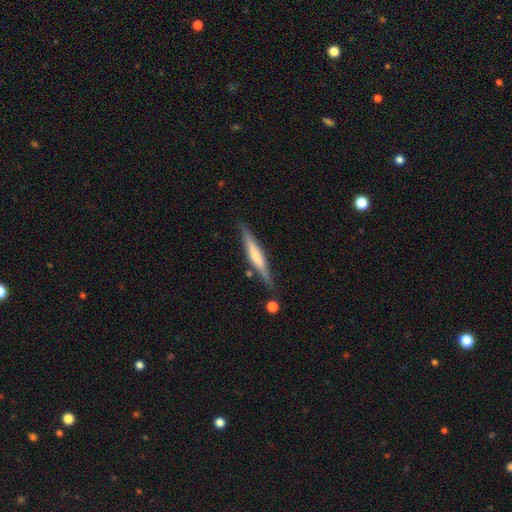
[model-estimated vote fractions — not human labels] smooth-or-featured: featured or disk: 53% | smooth: 41% | star or artifact: 6%
  disk-edge-on: yes: 95% | no: 5%
    edge-on-bulge: rounded: 41% | none: 34% | boxy: 24%
  merging: none: 80% | minor disturbance: 13% | merger: 4% | major disturbance: 3%